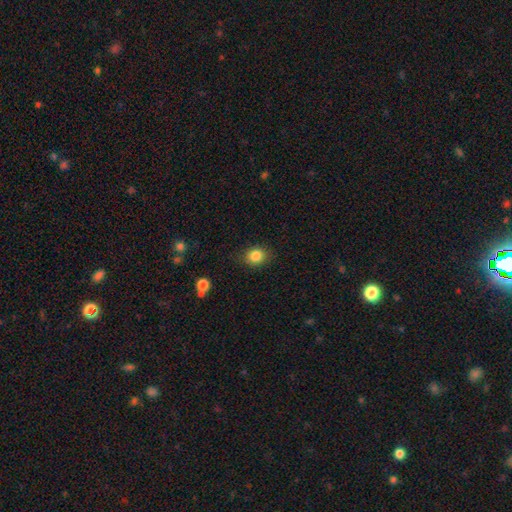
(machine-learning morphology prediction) Smooth or featured? smooth (85%)
How rounded? round (62%)
Merging? none (84%)